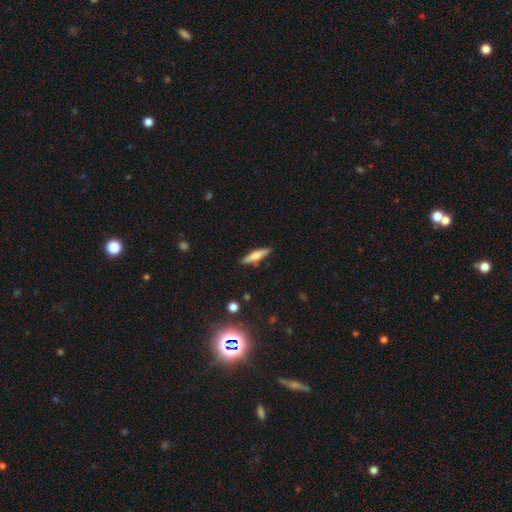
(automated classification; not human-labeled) Smooth or featured?
  - smooth: 60% *
  - featured or disk: 33%
  - star or artifact: 7%
How rounded?
  - cigar-shaped: 74% *
  - in between: 24%
  - round: 2%
Merging?
  - none: 88% *
  - minor disturbance: 9%
  - major disturbance: 2%
  - merger: 1%